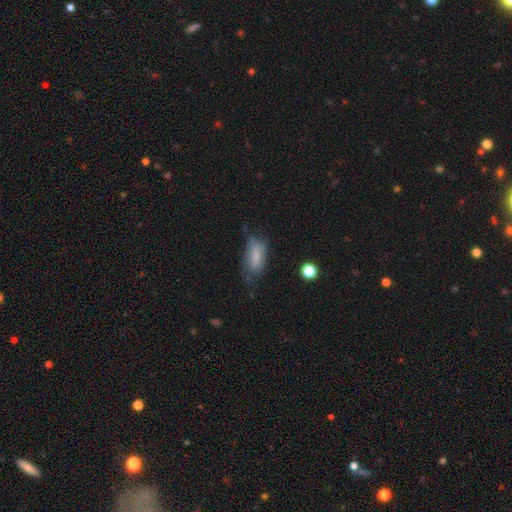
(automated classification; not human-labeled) smooth 71%, featured or disk 20%, star or artifact 9%. Down the decision tree: how rounded — in between (74%); merging — none (50%).